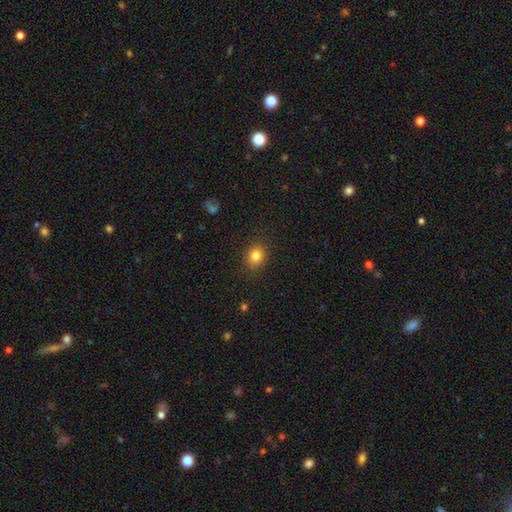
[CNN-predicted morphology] This is clearly a smooth galaxy (83%). How rounded: likely round (63%). Merging: clearly none (87%).